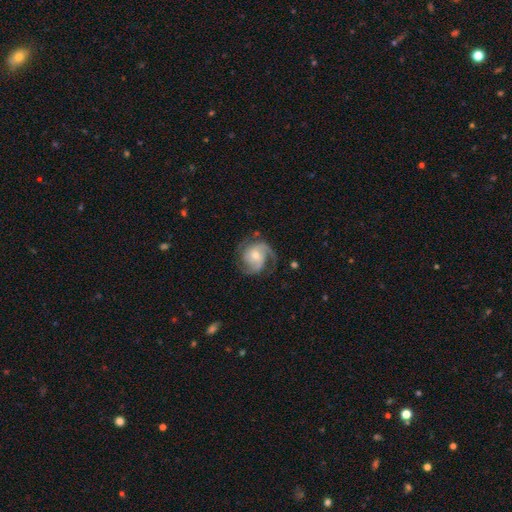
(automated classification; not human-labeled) smooth_or_featured: featured or disk (p=0.85) [alt: smooth p=0.09]
disk_edge_on: no (p=0.98) [alt: yes p=0.02]
bar: no (p=0.63) [alt: weak p=0.31]
has_spiral_arms: yes (p=0.97) [alt: no p=0.03]
spiral_winding: medium (p=0.49) [alt: tight p=0.34]
spiral_arm_count: 2 (p=0.42) [alt: 3 p=0.31]
bulge_size: moderate (p=0.49) [alt: small p=0.44]
merging: none (p=0.66) [alt: minor disturbance p=0.19]